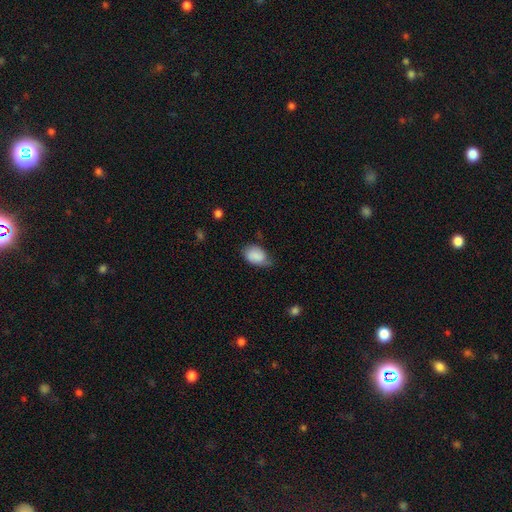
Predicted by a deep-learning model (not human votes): Q: Smooth or featured?
A: smooth (82%); runner-up: featured or disk (10%)
Q: How rounded?
A: in between (83%); runner-up: round (16%)
Q: Merging?
A: none (52%); runner-up: minor disturbance (37%)